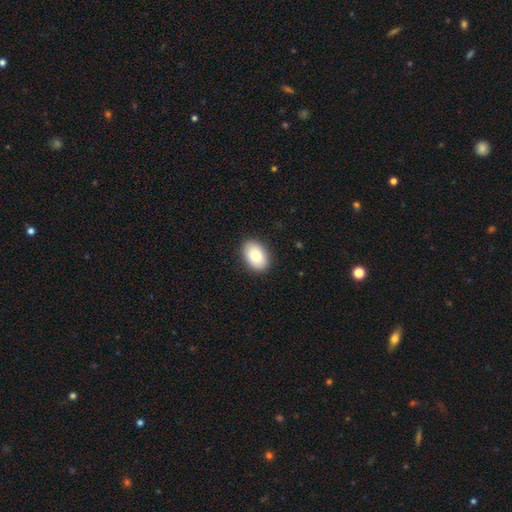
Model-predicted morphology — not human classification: Smooth or featured?
  - smooth: 82% *
  - featured or disk: 11%
  - star or artifact: 7%
How rounded?
  - in between: 86% *
  - round: 13%
  - cigar-shaped: 1%
Merging?
  - none: 89% *
  - minor disturbance: 8%
  - major disturbance: 2%
  - merger: 1%